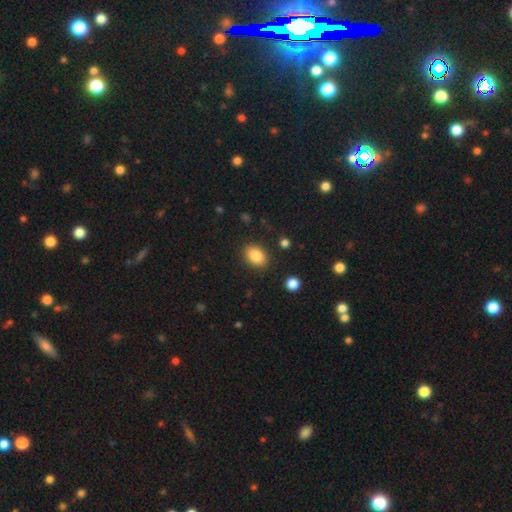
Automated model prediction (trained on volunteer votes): This is clearly a smooth galaxy (86%). How rounded: likely in between (79%). Merging: clearly none (87%).